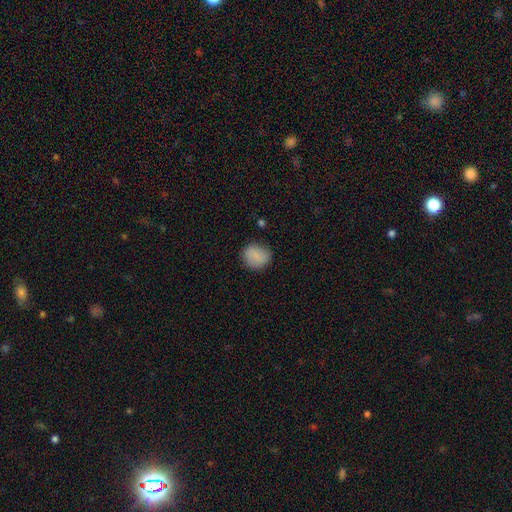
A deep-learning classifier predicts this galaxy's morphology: Smooth or featured: smooth — 84% (featured or disk — 8%)
How rounded: round — 78% (in between — 21%)
Merging: none — 80% (minor disturbance — 15%)